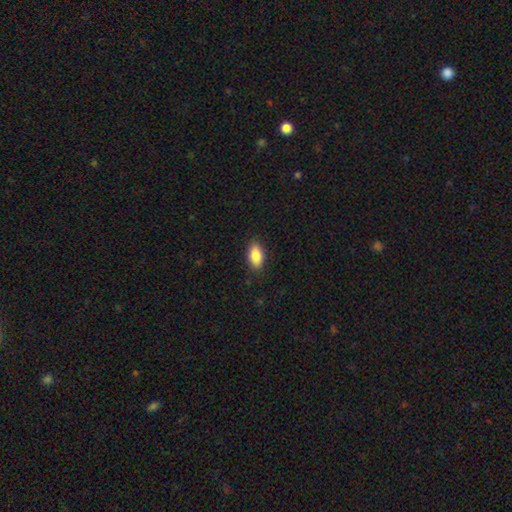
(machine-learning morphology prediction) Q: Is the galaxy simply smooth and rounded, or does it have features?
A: smooth — 86%.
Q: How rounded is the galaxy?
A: in between — 90%.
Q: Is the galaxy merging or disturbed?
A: none — 88%.